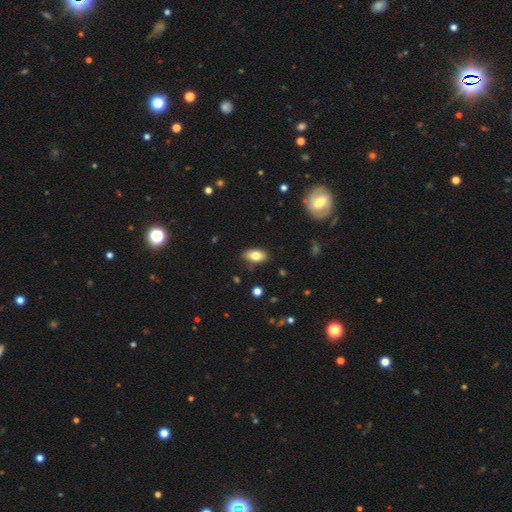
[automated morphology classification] This is likely a smooth galaxy (78%). How rounded: clearly in between (90%). Merging: clearly none (81%).